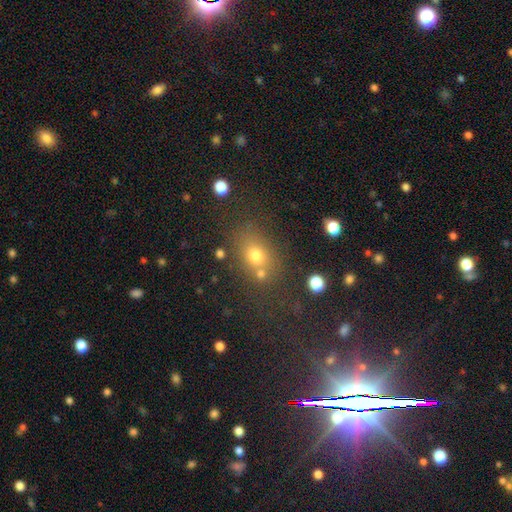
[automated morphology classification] Smooth or featured? Predicted: smooth (p=0.68). How rounded? Predicted: round (p=0.50). Merging? Predicted: none (p=0.65).